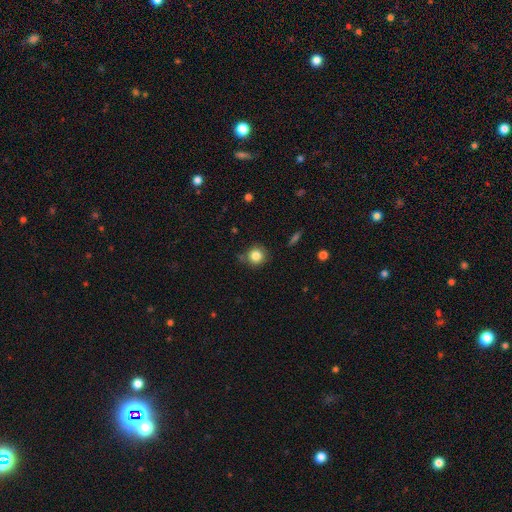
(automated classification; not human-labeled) smooth_or_featured: smooth (p=0.83) [alt: star or artifact p=0.11]
how_rounded: round (p=0.91) [alt: in between p=0.08]
merging: none (p=0.79) [alt: minor disturbance p=0.14]